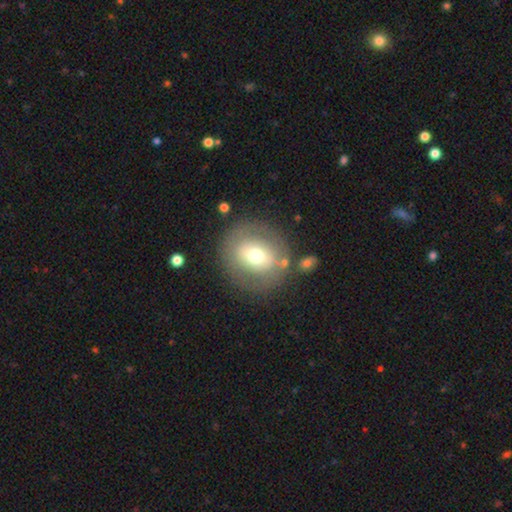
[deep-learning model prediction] Smooth or featured: smooth — 55% (featured or disk — 37%)
How rounded: round — 84% (in between — 15%)
Merging: none — 80% (minor disturbance — 11%)